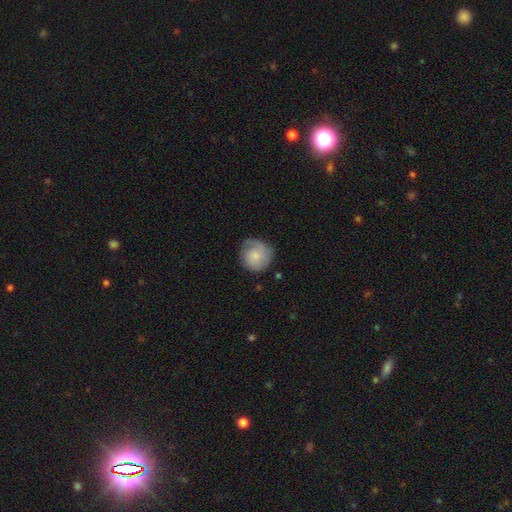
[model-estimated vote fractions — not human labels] This is likely a smooth galaxy (62%). How rounded: clearly round (89%). Merging: likely none (66%).